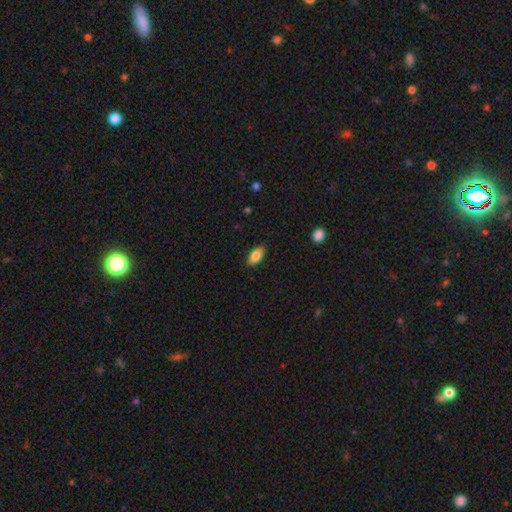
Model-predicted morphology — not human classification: A smooth galaxy with no disk features (82%) that is in between round and cigar-shaped (89%). Merging: none (87%).